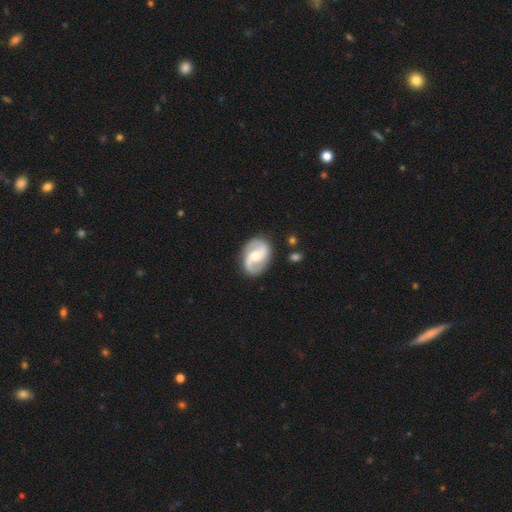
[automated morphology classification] smooth_or_featured: featured or disk (p=0.87) [alt: smooth p=0.09]
disk_edge_on: no (p=0.98) [alt: yes p=0.02]
bar: weak (p=0.43) [alt: no p=0.38]
has_spiral_arms: yes (p=0.96) [alt: no p=0.04]
spiral_winding: medium (p=0.51) [alt: loose p=0.31]
spiral_arm_count: 2 (p=0.93) [alt: can't tell p=0.02]
bulge_size: moderate (p=0.62) [alt: small p=0.31]
merging: none (p=0.85) [alt: minor disturbance p=0.10]